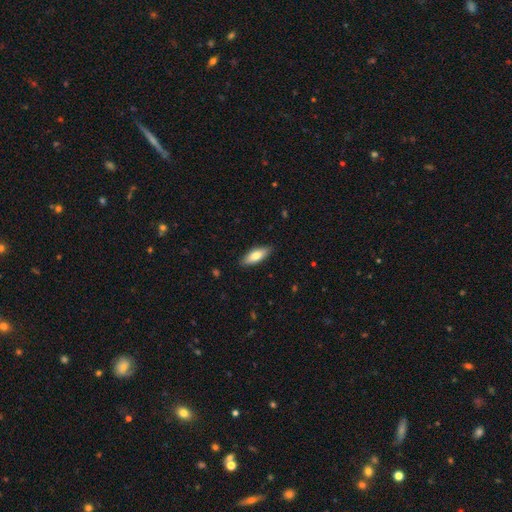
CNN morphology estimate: A smooth galaxy with no disk features (74%) that is in between round and cigar-shaped (68%).

Vote fractions:
- Smooth or featured? smooth: 74% / featured or disk: 20% / star or artifact: 6%
- How rounded? in between: 68% / cigar-shaped: 30% / round: 2%
- Merging? none: 88% / minor disturbance: 9% / major disturbance: 2% / merger: 1%